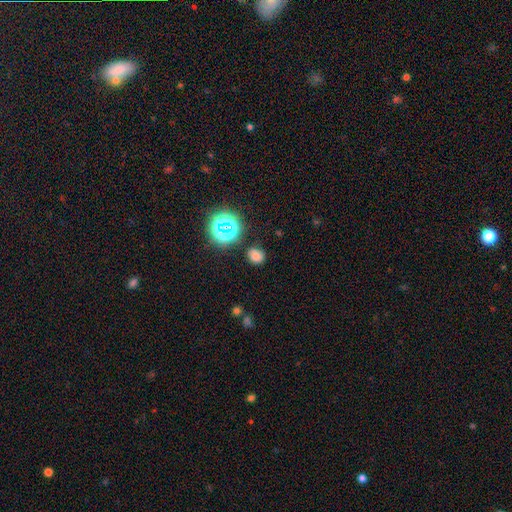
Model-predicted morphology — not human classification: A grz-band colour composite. It shows a smooth galaxy with no disk features (68%) that is round (72%). Merging: none (79%).